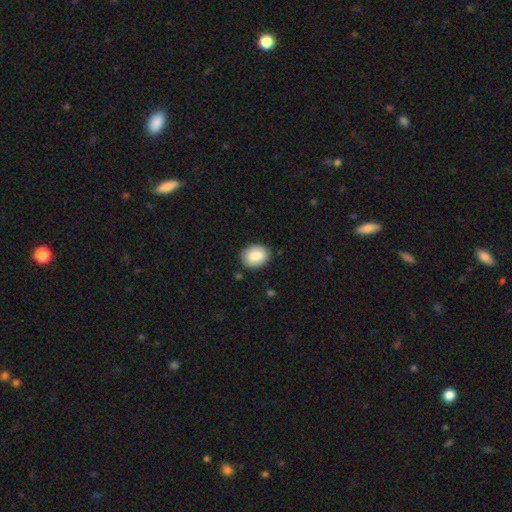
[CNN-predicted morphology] smooth_or_featured: smooth (p=0.84) [alt: featured or disk p=0.09]
how_rounded: in between (p=0.53) [alt: round p=0.47]
merging: none (p=0.87) [alt: minor disturbance p=0.10]